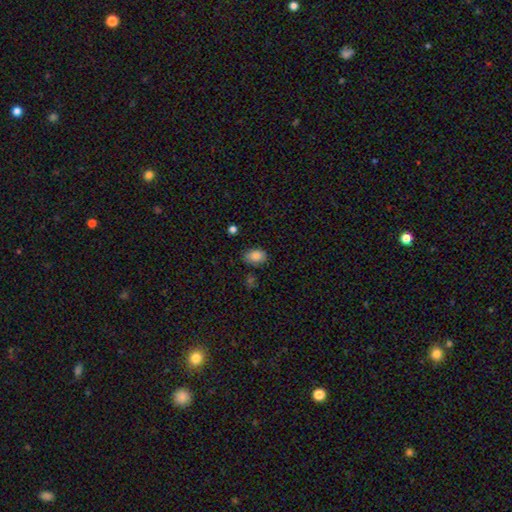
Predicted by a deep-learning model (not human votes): Smooth or featured? smooth (85%)
How rounded? in between (83%)
Merging? none (77%)